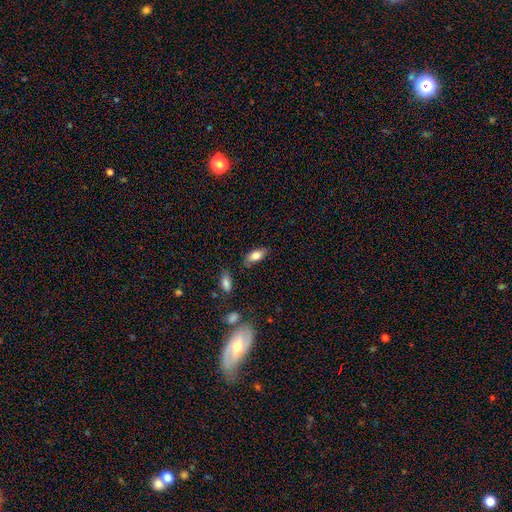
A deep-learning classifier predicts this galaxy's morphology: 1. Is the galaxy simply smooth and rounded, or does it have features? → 80% smooth, 13% featured or disk, 7% star or artifact.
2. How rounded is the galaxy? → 86% in between, 11% cigar-shaped, 3% round.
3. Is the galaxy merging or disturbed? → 73% none, 19% minor disturbance, 5% major disturbance, 3% merger.